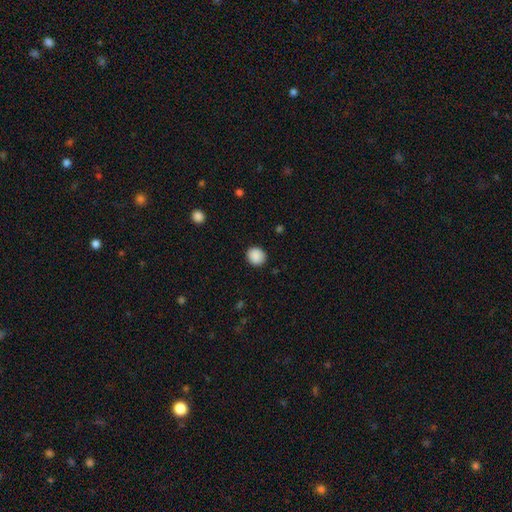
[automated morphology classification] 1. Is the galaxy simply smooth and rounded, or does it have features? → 89% smooth, 8% star or artifact, 3% featured or disk.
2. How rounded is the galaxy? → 85% round, 14% in between, 1% cigar-shaped.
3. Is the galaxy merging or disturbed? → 90% none, 7% minor disturbance, 2% major disturbance, 1% merger.